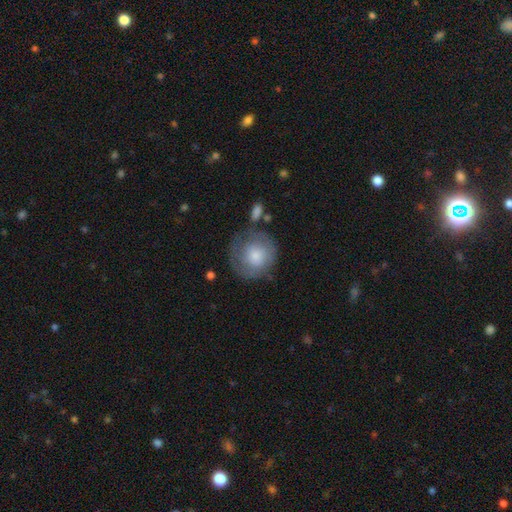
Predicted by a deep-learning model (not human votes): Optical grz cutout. It shows a smooth galaxy with no disk features (63%) that is round (89%). Merging: none (58%).